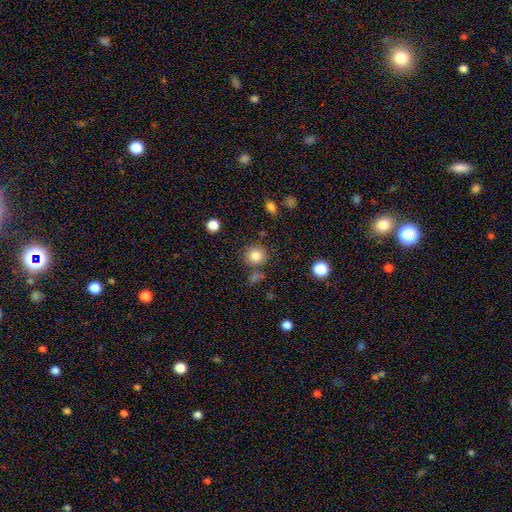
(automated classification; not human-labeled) A smooth galaxy with no disk features (83%) that is round (89%). Merging: none (78%).